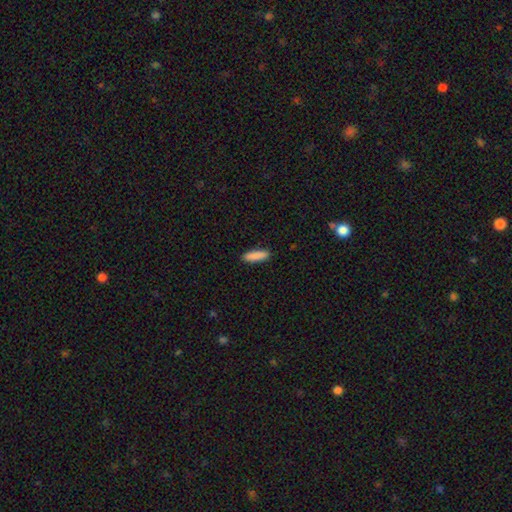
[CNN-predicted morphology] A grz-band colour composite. It shows a smooth galaxy with no disk features (89%) that is cigar-shaped (62%). Merging: none (90%).